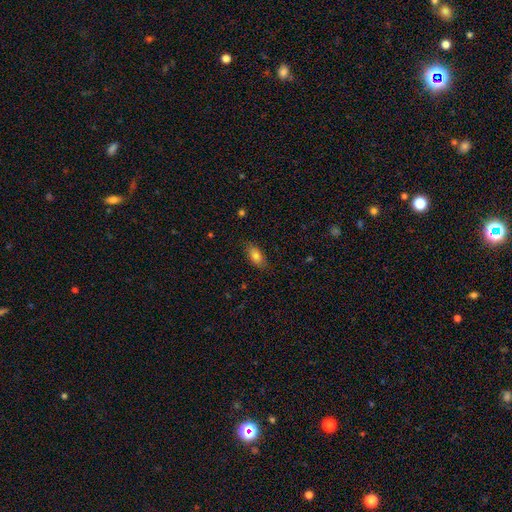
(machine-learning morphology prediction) smooth 82%, featured or disk 10%, star or artifact 8%. Down the decision tree: how rounded — in between (86%); merging — none (80%).